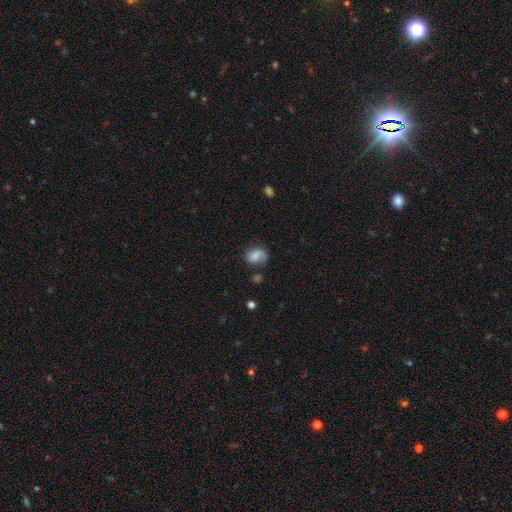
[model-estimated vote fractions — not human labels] Smooth or featured? smooth (77%)
How rounded? in between (56%)
Merging? none (61%)